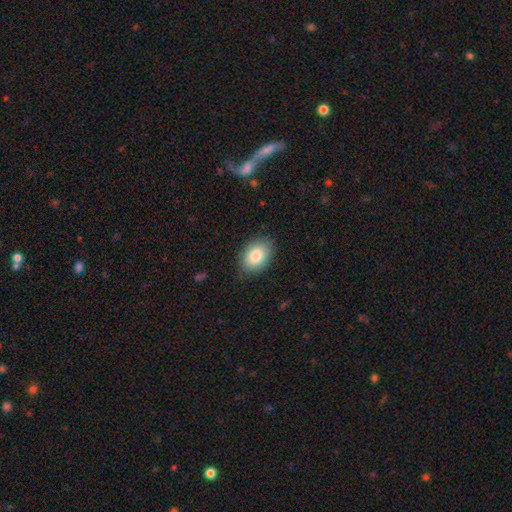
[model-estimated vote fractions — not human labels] Smooth or featured? smooth (82%)
How rounded? in between (84%)
Merging? none (83%)